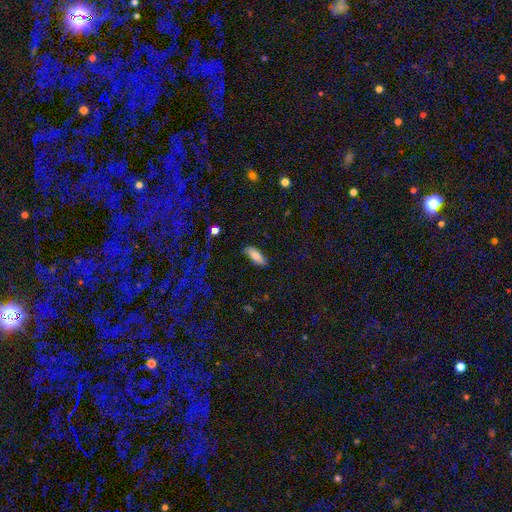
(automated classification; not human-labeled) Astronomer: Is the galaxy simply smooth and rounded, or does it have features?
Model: smooth — 79%.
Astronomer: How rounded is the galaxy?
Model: in between — 71%.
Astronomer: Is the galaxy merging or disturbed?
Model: none — 85%.